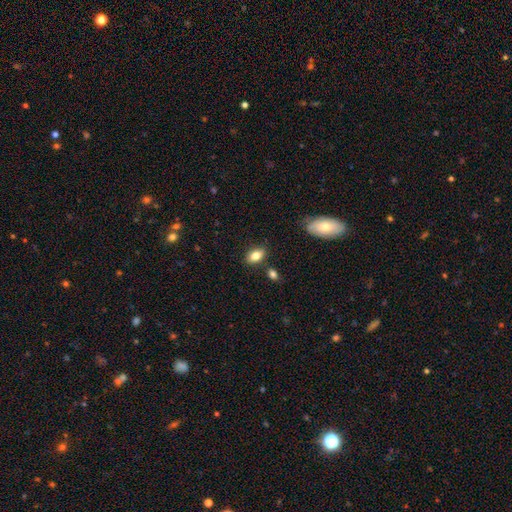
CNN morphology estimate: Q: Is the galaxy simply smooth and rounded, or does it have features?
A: smooth — 81%.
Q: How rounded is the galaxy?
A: in between — 88%.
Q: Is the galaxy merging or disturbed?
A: none — 81%.